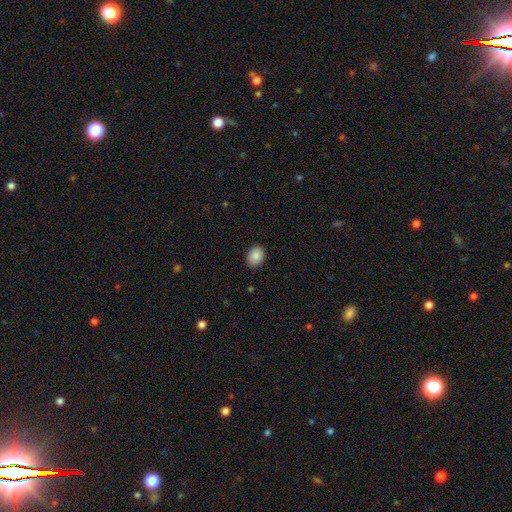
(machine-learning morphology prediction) A smooth galaxy with no disk features (89%) that is in between round and cigar-shaped (65%).

Vote fractions:
- Smooth or featured? smooth: 89% / star or artifact: 8% / featured or disk: 4%
- How rounded? in between: 65% / round: 35% / cigar-shaped: 1%
- Merging? none: 86% / minor disturbance: 11% / major disturbance: 2% / merger: 1%